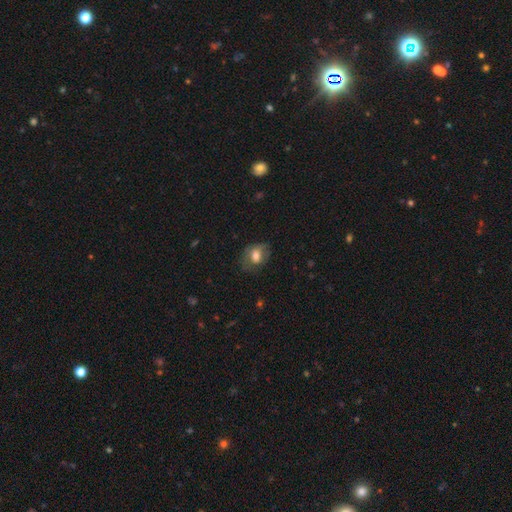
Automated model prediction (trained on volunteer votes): This appears to be a smooth galaxy with no disk features (66%) that is in between round and cigar-shaped (63%). Merging: none (60%).